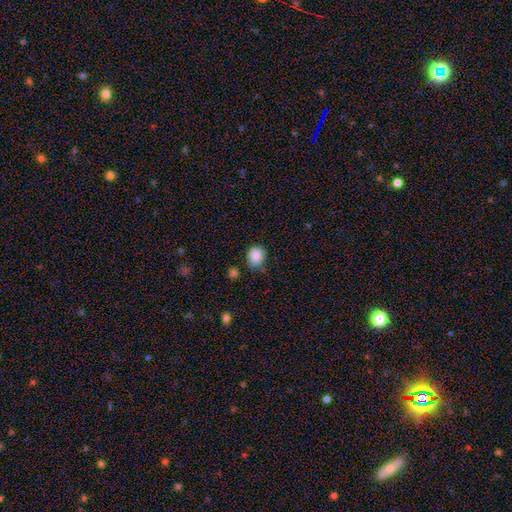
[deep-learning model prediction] Smooth or featured? Predicted: smooth (p=0.82). How rounded? Predicted: round (p=0.75). Merging? Predicted: none (p=0.72).